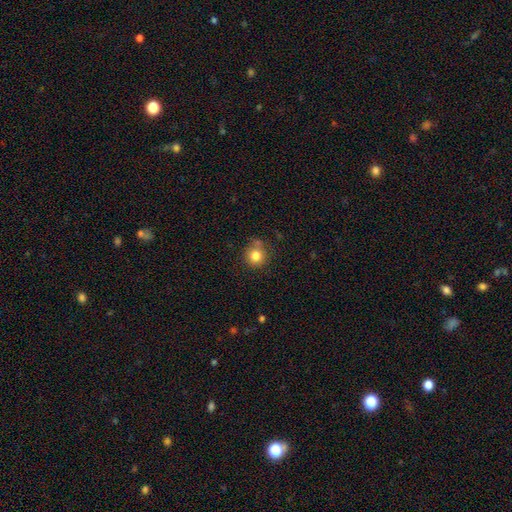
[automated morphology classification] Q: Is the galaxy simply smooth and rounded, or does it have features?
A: smooth — 81%.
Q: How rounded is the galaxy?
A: round — 91%.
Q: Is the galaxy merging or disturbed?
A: none — 73%.